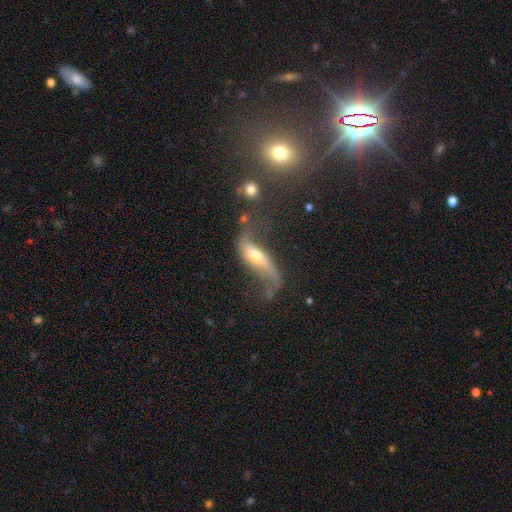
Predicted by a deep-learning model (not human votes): This appears to be a featured or disk galaxy (71%). Merging: none (38%).